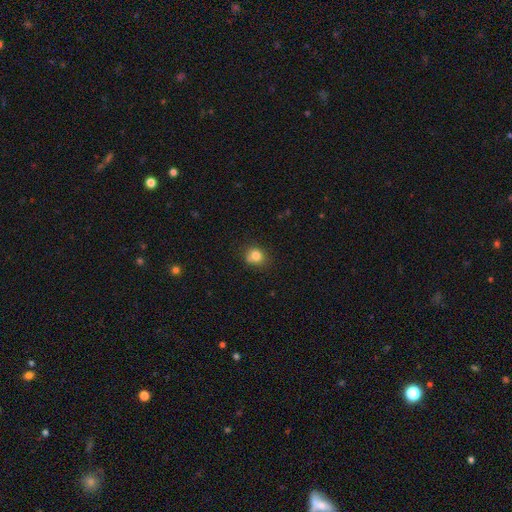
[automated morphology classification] A smooth galaxy with no disk features (80%) that is round (71%).

Vote fractions:
- Smooth or featured? smooth: 80% / star or artifact: 12% / featured or disk: 8%
- How rounded? round: 71% / in between: 28% / cigar-shaped: 1%
- Merging? none: 67% / minor disturbance: 21% / merger: 8% / major disturbance: 5%